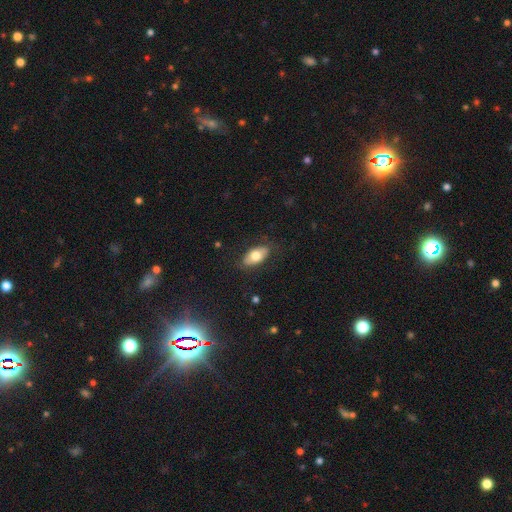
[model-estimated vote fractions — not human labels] smooth_or_featured: smooth (p=0.71) [alt: featured or disk p=0.22]
how_rounded: in between (p=0.91) [alt: cigar-shaped p=0.05]
merging: none (p=0.82) [alt: minor disturbance p=0.13]